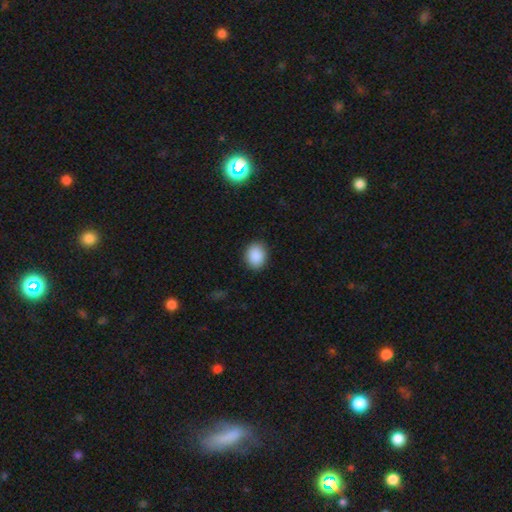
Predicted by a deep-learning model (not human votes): Morphology: type=smooth (89%); roundness=round (54%); merging=none (88%).